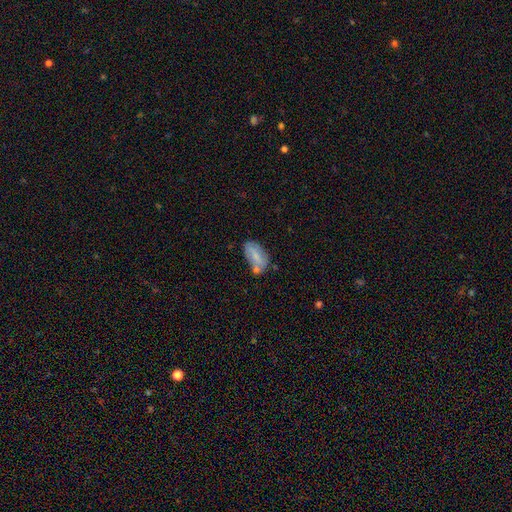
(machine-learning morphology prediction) type=smooth (65%); roundness=in between (89%); merging=none (53%).